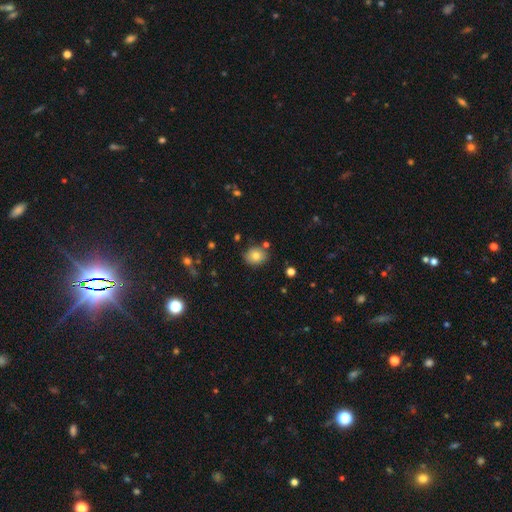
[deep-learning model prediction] Q: Smooth or featured?
A: smooth (79%); runner-up: star or artifact (11%)
Q: How rounded?
A: round (64%); runner-up: in between (35%)
Q: Merging?
A: none (81%); runner-up: minor disturbance (12%)